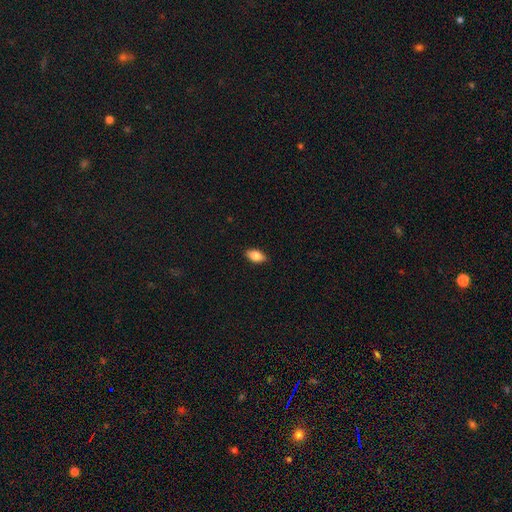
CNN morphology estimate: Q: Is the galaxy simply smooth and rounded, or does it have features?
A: smooth — 82%.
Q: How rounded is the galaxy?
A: in between — 90%.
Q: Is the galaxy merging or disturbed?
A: none — 89%.